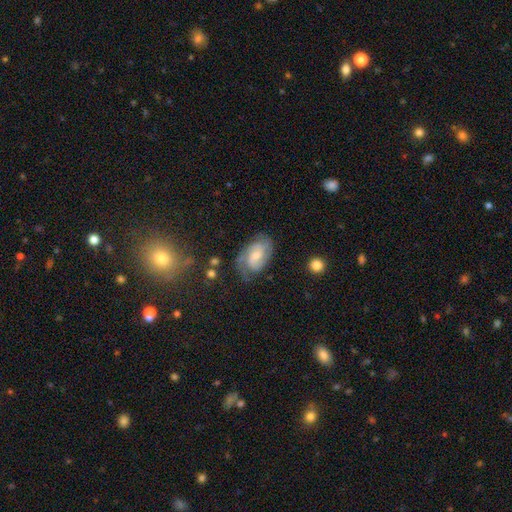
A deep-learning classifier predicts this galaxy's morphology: A featured or disk galaxy (71%) with a weak bar (48%), 2 (64%) medium (45%) spiral arms (93%) and a moderate central bulge (42%). Merging: none (65%).